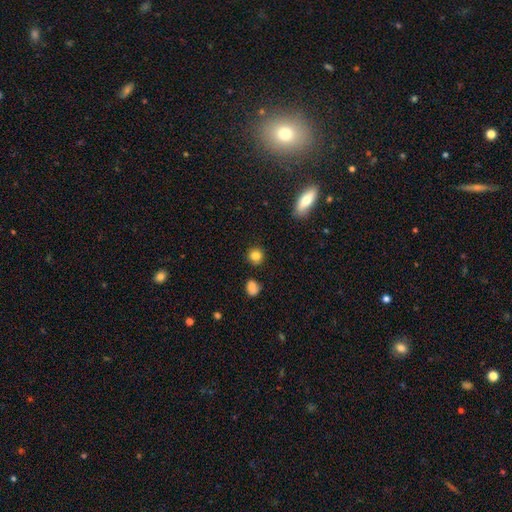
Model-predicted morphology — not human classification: Smooth or featured?
  - smooth: 84% *
  - star or artifact: 10%
  - featured or disk: 5%
How rounded?
  - round: 89% *
  - in between: 10%
  - cigar-shaped: 1%
Merging?
  - none: 86% *
  - minor disturbance: 8%
  - merger: 3%
  - major disturbance: 2%